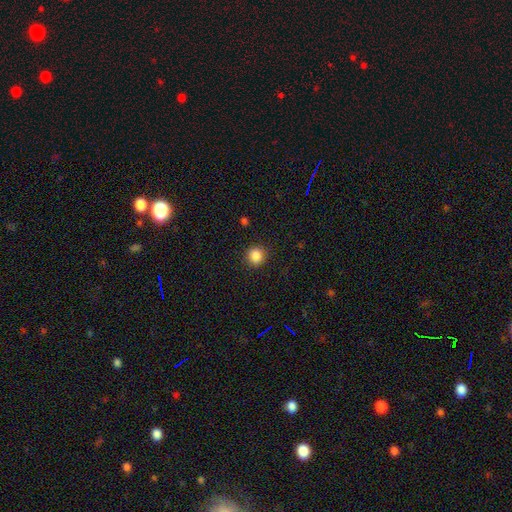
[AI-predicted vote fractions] A smooth galaxy with no disk features (86%) that is round (91%). Merging: none (90%).